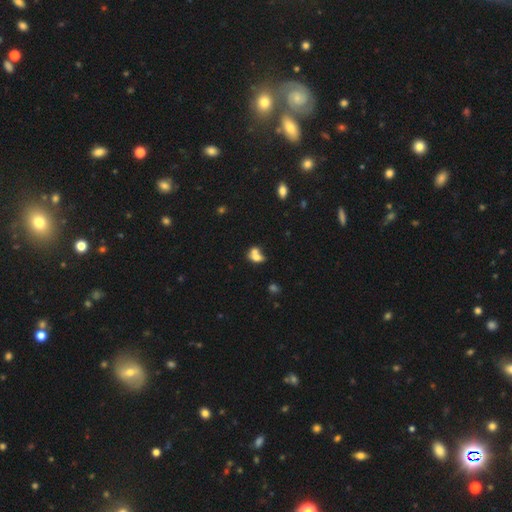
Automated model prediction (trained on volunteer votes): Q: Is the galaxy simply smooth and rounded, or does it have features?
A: smooth — 69%.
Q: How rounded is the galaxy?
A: in between — 61%.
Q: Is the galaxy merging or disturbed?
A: merger — 66%.